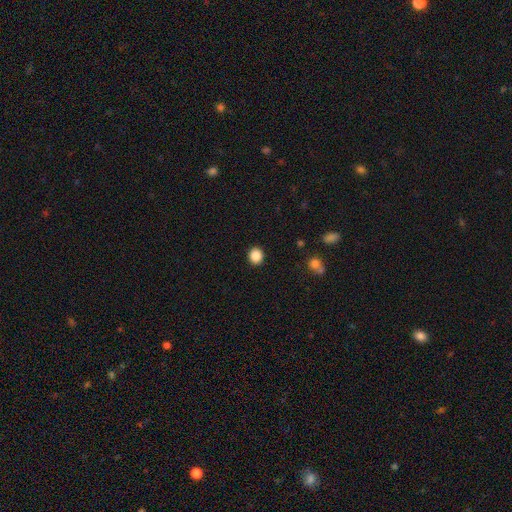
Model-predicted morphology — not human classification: The model was most divided on "how rounded": round: 85%, in between: 15%, cigar-shaped: 1%. More confident: merging — none (92%); smooth or featured — smooth (87%).